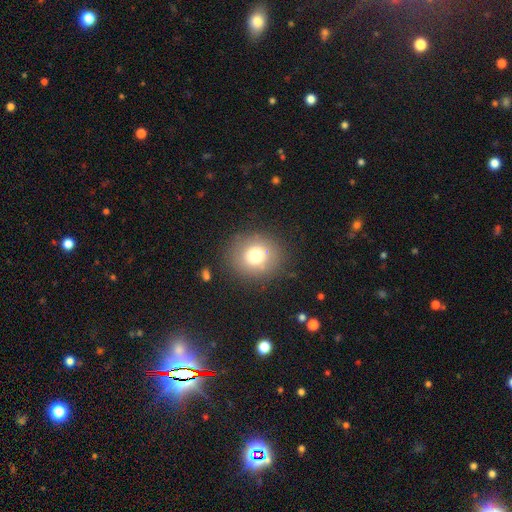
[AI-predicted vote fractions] This is likely a smooth galaxy (75%). How rounded: clearly round (83%). Merging: clearly none (87%).